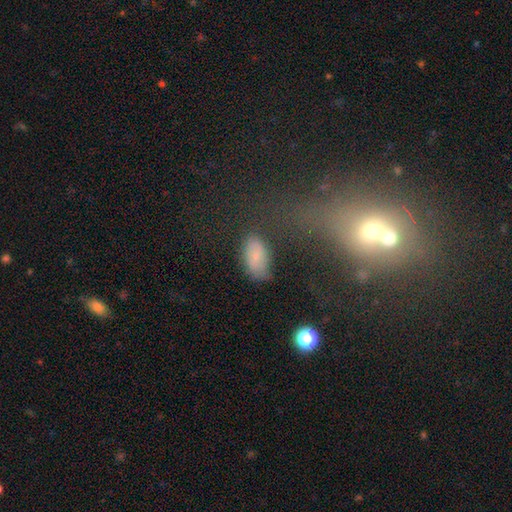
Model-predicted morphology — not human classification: Smooth or featured?
  - smooth: 70% *
  - featured or disk: 18%
  - star or artifact: 13%
How rounded?
  - in between: 92% *
  - round: 5%
  - cigar-shaped: 3%
Merging?
  - none: 67% *
  - minor disturbance: 22%
  - major disturbance: 8%
  - merger: 3%